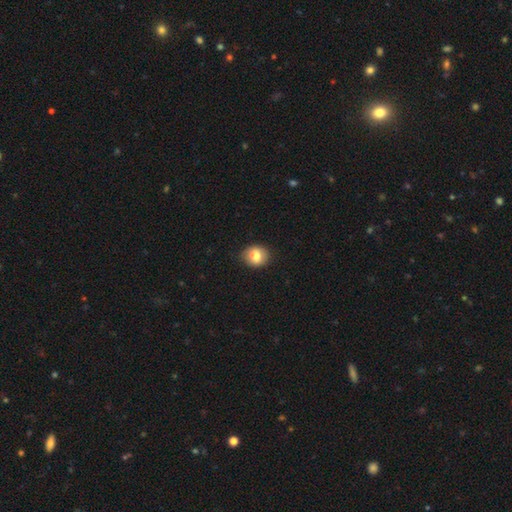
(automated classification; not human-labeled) Morphology: type=smooth (80%); roundness=round (66%); merging=none (85%).